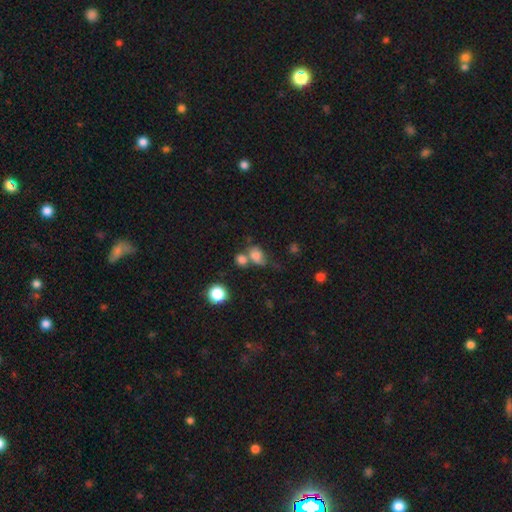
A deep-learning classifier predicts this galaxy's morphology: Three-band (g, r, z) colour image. It shows a smooth galaxy with no disk features (74%) that is in between round and cigar-shaped (58%). Merging: merger (42%).